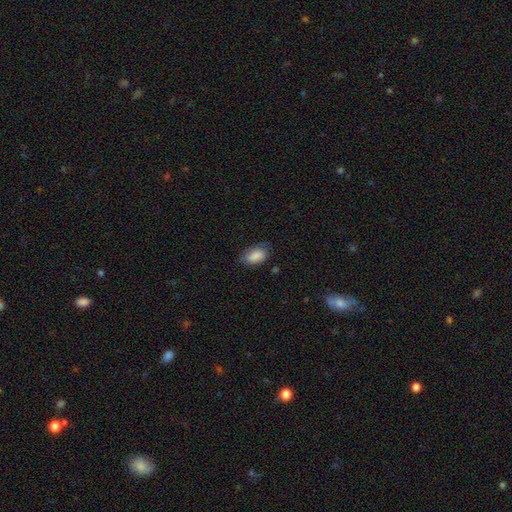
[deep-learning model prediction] smooth-or-featured: smooth: 85% | featured or disk: 8% | star or artifact: 7%
  how-rounded: in between: 93% | round: 5% | cigar-shaped: 2%
  merging: none: 68% | minor disturbance: 24% | major disturbance: 6% | merger: 1%